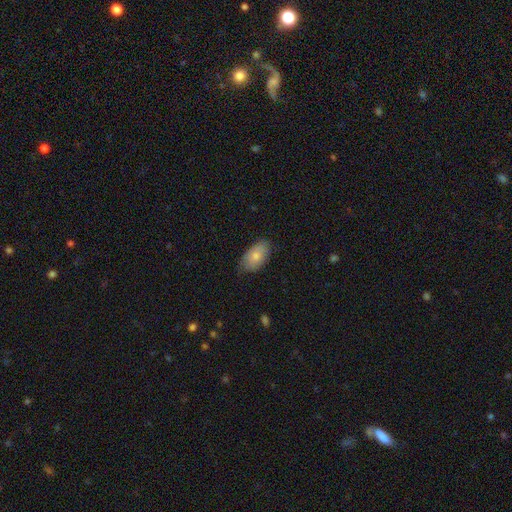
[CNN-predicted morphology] Overall: smooth (75%). How rounded: in between (94%). Merging: none (73%).